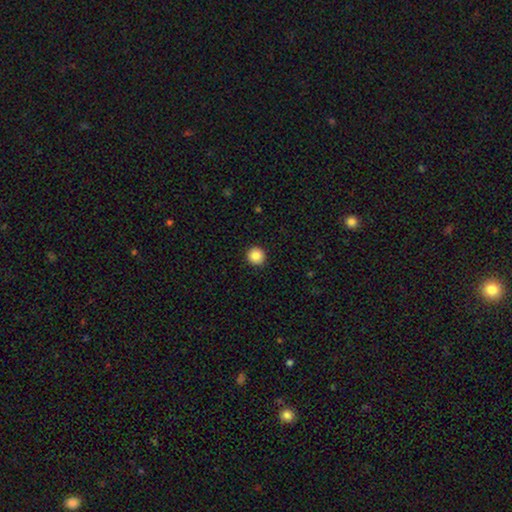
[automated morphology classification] The model was most divided on "smooth or featured": smooth: 87%, star or artifact: 9%, featured or disk: 3%. More confident: how rounded — round (95%); merging — none (92%).